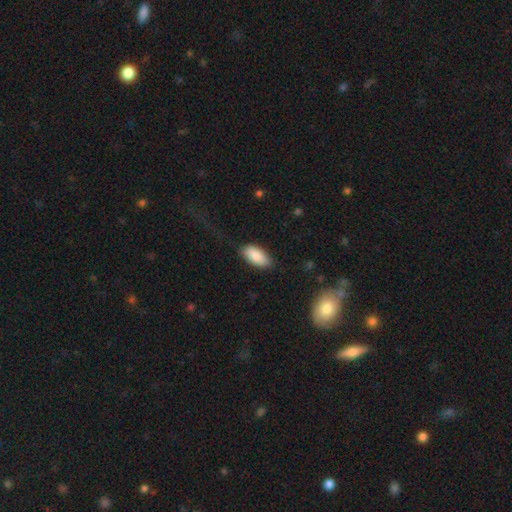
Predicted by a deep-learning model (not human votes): A smooth galaxy with no disk features (88%) that is in between round and cigar-shaped (91%).

Vote fractions:
- Smooth or featured? smooth: 88% / featured or disk: 6% / star or artifact: 6%
- How rounded? in between: 91% / cigar-shaped: 7% / round: 2%
- Merging? none: 77% / minor disturbance: 17% / major disturbance: 5% / merger: 1%